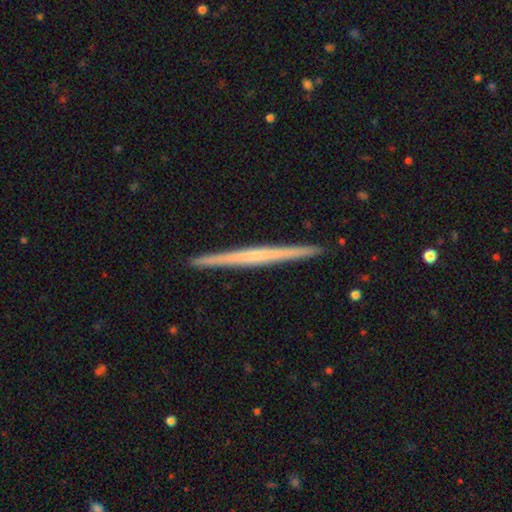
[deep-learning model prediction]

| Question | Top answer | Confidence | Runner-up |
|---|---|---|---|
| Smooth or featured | featured or disk | 64% | smooth (30%) |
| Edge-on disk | yes | 98% | no (2%) |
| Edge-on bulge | none | 80% | rounded (15%) |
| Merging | none | 93% | minor disturbance (5%) |